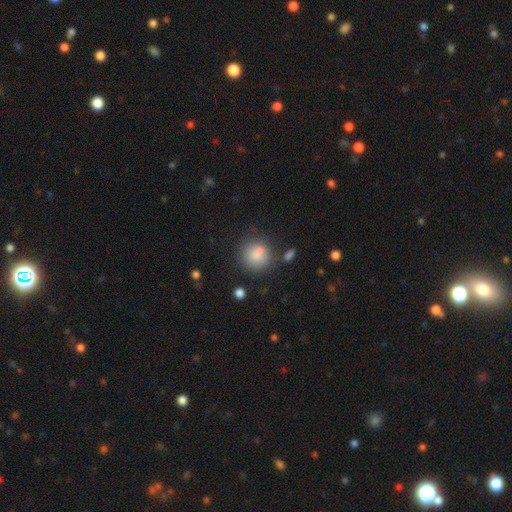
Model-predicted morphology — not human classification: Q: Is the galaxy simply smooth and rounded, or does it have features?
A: smooth — 82%.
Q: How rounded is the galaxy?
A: round — 85%.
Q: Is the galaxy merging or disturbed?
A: none — 65%.